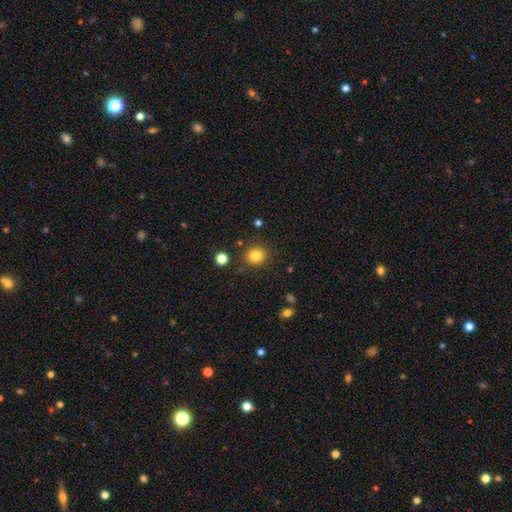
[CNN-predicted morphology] Overall: smooth (84%). How rounded: round (81%). Merging: none (86%).